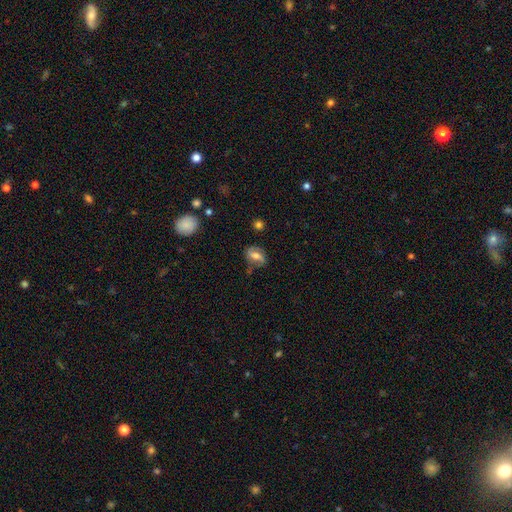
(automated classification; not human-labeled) smooth-or-featured: featured or disk: 50% | smooth: 41% | star or artifact: 9%
  merging: none: 60% | minor disturbance: 25% | major disturbance: 11% | merger: 4%